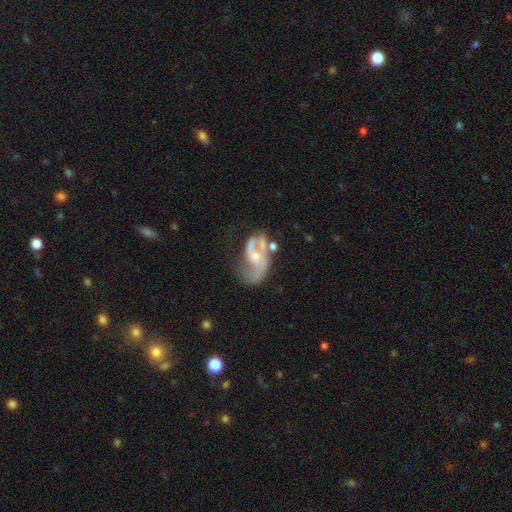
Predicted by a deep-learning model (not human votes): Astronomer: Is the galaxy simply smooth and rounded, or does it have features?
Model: featured or disk — 79%.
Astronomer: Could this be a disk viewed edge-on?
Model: no — 97%.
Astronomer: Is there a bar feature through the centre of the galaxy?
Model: no — 57% (runner-up: weak, 33%).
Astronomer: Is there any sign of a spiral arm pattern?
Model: yes — 85%.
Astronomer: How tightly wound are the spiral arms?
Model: medium — 43% (runner-up: loose, 40%).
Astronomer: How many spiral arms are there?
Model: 2 — 68%.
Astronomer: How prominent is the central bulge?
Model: small — 55% (runner-up: moderate, 37%).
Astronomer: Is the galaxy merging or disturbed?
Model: none — 33% (runner-up: major disturbance, 28%).